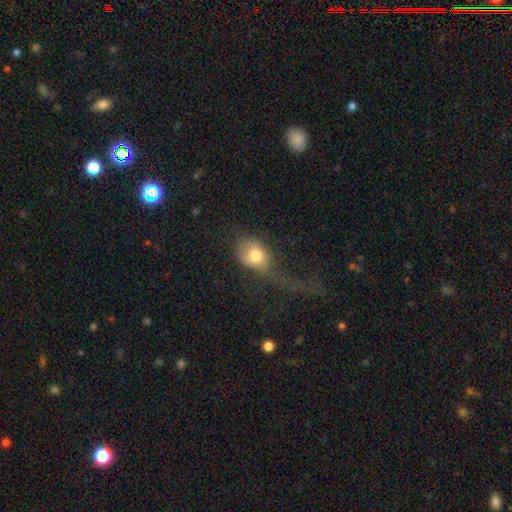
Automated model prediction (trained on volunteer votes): This is likely a smooth galaxy (75%). How rounded: likely in between (65%). Merging: possibly major disturbance (52%).